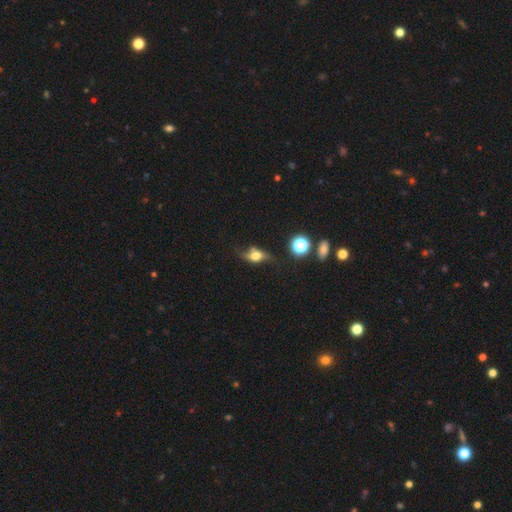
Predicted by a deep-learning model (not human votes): A featured or disk galaxy (45%). Merging: none (57%).